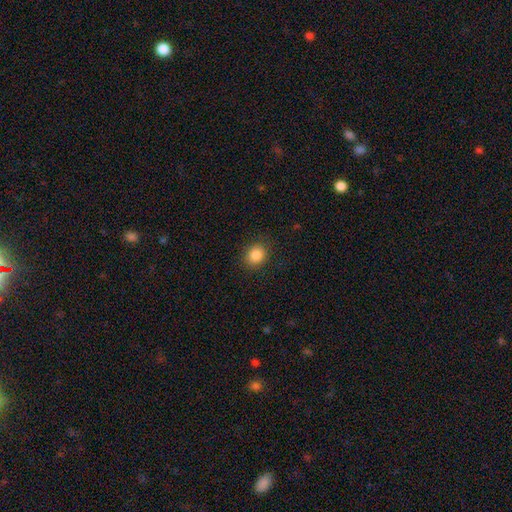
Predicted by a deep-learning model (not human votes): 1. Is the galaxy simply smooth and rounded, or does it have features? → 86% smooth, 10% star or artifact, 5% featured or disk.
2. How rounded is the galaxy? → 69% round, 30% in between, 1% cigar-shaped.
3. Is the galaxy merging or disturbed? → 88% none, 8% minor disturbance, 3% major disturbance, 1% merger.